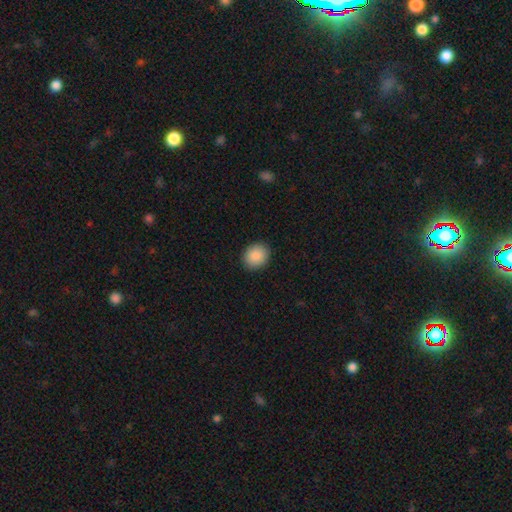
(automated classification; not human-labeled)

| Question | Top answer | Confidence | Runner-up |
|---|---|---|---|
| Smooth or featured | smooth | 89% | star or artifact (7%) |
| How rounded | round | 57% | in between (42%) |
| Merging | none | 90% | minor disturbance (7%) |